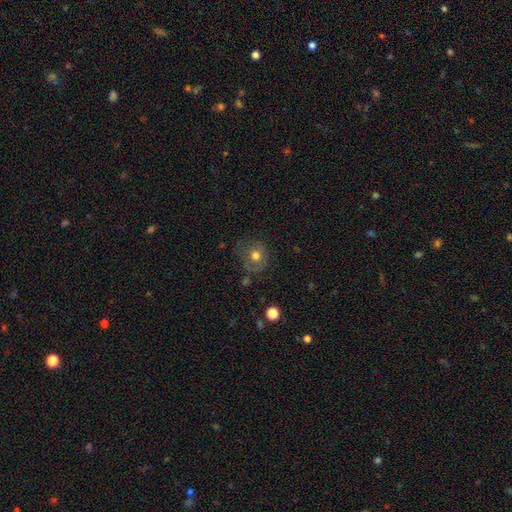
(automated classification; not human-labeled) Smooth or featured? smooth (63%)
How rounded? round (79%)
Merging? none (62%)